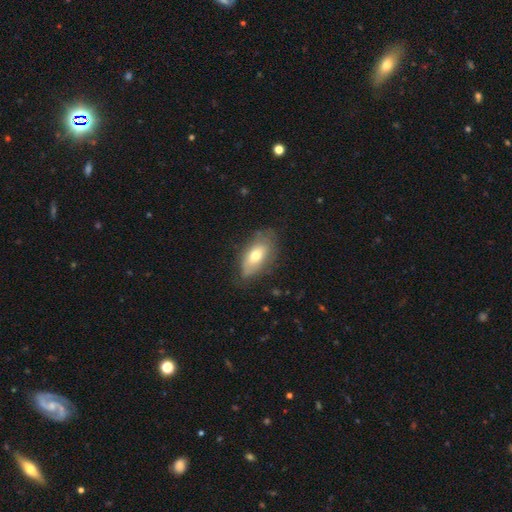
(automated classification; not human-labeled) smooth-or-featured: smooth: 65% | featured or disk: 28% | star or artifact: 8%
  how-rounded: in between: 88% | cigar-shaped: 7% | round: 5%
  merging: none: 63% | minor disturbance: 27% | major disturbance: 8% | merger: 2%